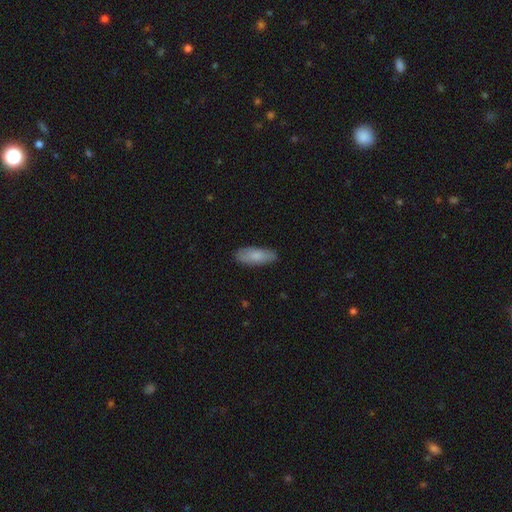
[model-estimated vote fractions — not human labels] The model was most divided on "how rounded": in between: 73%, cigar-shaped: 25%, round: 2%. More confident: merging — none (85%); smooth or featured — smooth (82%).